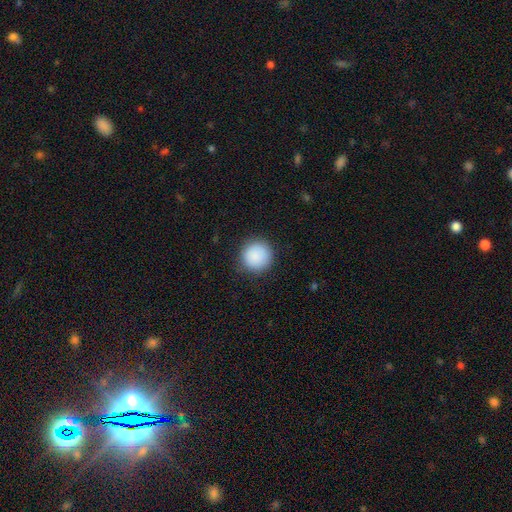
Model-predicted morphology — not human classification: Overall: smooth (89%). How rounded: round (95%). Merging: none (89%).